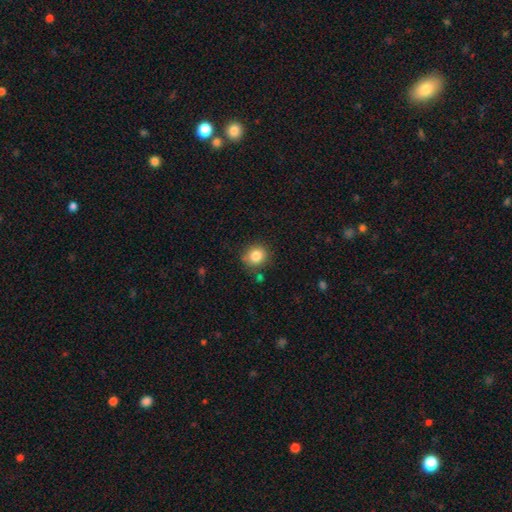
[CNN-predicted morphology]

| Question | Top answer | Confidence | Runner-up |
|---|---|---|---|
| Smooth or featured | smooth | 84% | star or artifact (10%) |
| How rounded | round | 81% | in between (18%) |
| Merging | none | 80% | minor disturbance (13%) |